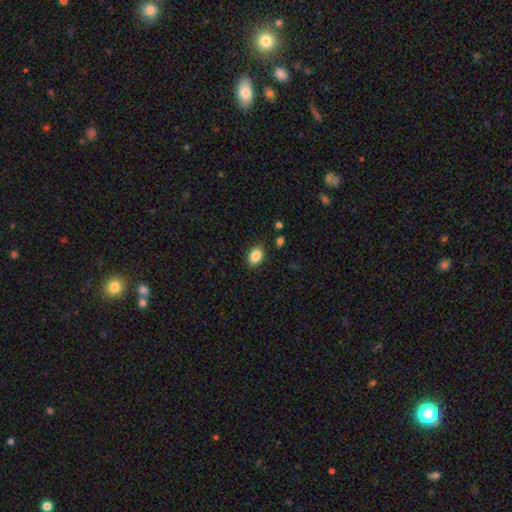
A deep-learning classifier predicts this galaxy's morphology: smooth_or_featured: smooth (p=0.88) [alt: star or artifact p=0.08]
how_rounded: in between (p=0.79) [alt: round p=0.20]
merging: none (p=0.87) [alt: minor disturbance p=0.09]